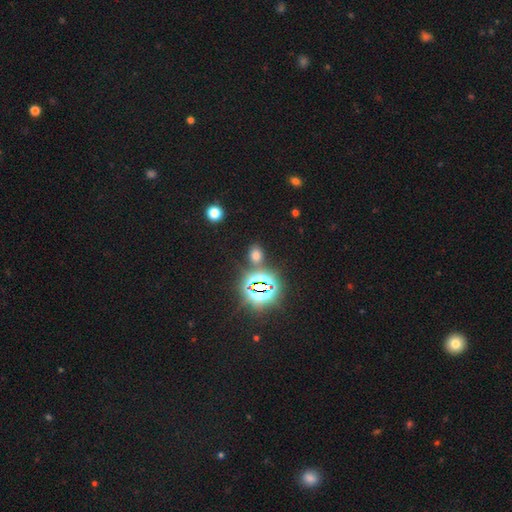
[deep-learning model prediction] The model was most divided on "smooth or featured": smooth: 54%, star or artifact: 40%, featured or disk: 6%. More confident: merging — none (78%); how rounded — in between (58%).